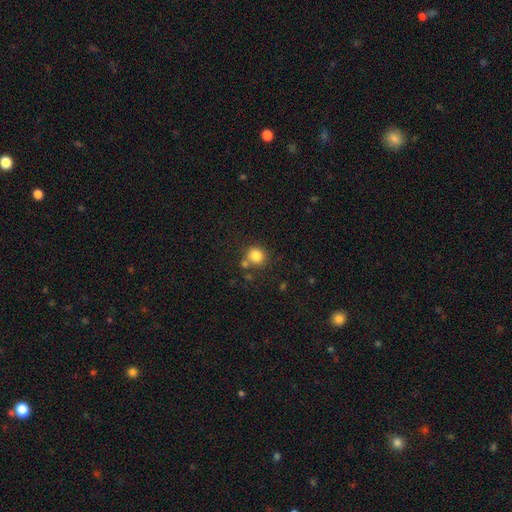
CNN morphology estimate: The model was most divided on "merging": none: 69%, merger: 16%, minor disturbance: 12%, major disturbance: 4%. More confident: how rounded — round (83%); smooth or featured — smooth (83%).